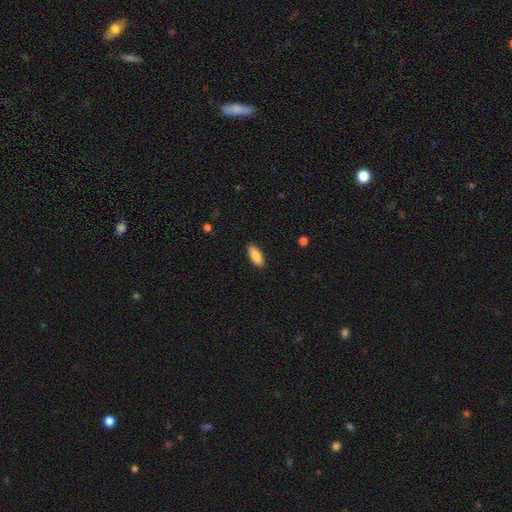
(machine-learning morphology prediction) smooth-or-featured: smooth: 88% | star or artifact: 6% | featured or disk: 5%
  how-rounded: in between: 83% | cigar-shaped: 15% | round: 2%
  merging: none: 88% | minor disturbance: 9% | major disturbance: 2% | merger: 1%